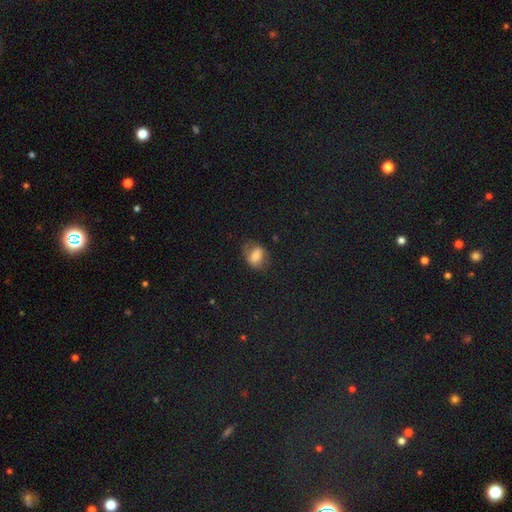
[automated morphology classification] A smooth galaxy with no disk features (61%) that is in between round and cigar-shaped (65%).

Vote fractions:
- Smooth or featured? smooth: 61% / featured or disk: 27% / star or artifact: 12%
- How rounded? in between: 65% / round: 33% / cigar-shaped: 2%
- Merging? none: 61% / minor disturbance: 24% / major disturbance: 13% / merger: 2%